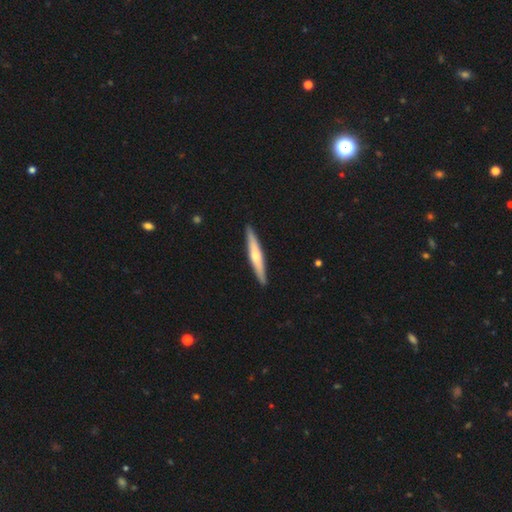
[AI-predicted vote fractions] Smooth or featured? featured or disk (53%)
Edge-on disk? yes (95%)
Edge-on bulge? rounded (79%)
Merging? none (91%)